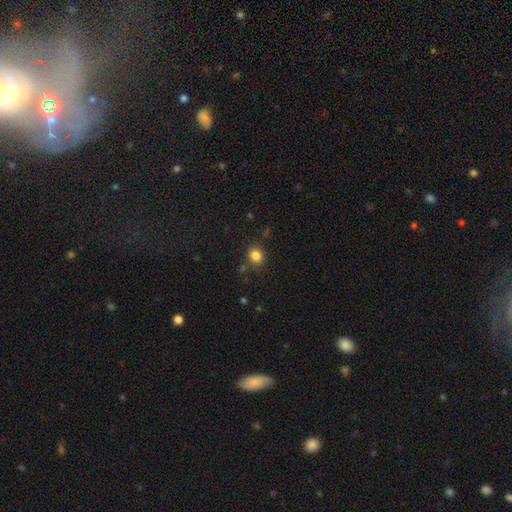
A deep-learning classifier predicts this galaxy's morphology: type=smooth (83%); roundness=round (73%); merging=none (80%).